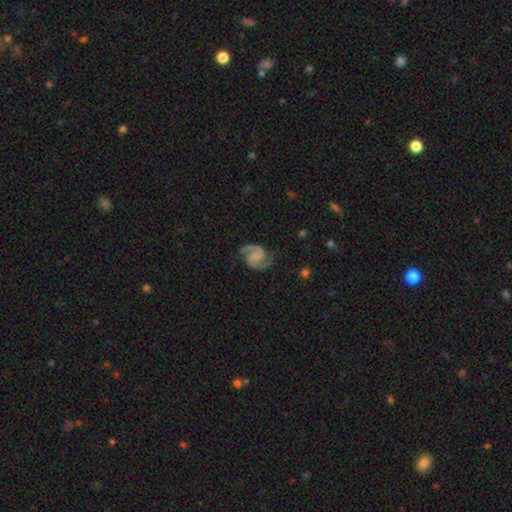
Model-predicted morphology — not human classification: A featured or disk galaxy (90%) with no bar (55%), 2 (94%) medium (58%) spiral arms (98%) and no central bulge (69%).

Vote fractions:
- Smooth or featured? featured or disk: 90% / smooth: 5% / star or artifact: 5%
- Edge-on disk? no: 99% / yes: 1%
- Bar? no: 55% / weak: 33% / strong: 12%
- Spiral arms? yes: 98% / no: 2%
- Spiral winding? medium: 58% / tight: 23% / loose: 19%
- Spiral arm count? 2: 94% / can't tell: 1% / 1: 1% / 3: 1% / 4: 1% / more than 4: 1%
- Bulge size? none: 69% / small: 17% / moderate: 9% / large: 4% / dominant: 1%
- Merging? none: 81% / minor disturbance: 13% / major disturbance: 5% / merger: 1%